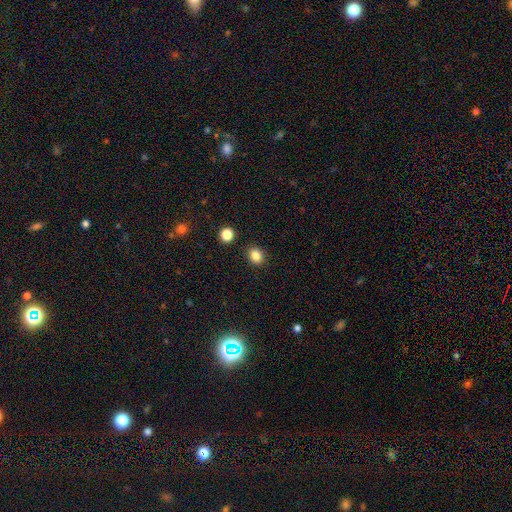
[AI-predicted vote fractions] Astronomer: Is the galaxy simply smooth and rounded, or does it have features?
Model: smooth — 84%.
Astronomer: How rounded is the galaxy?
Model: round — 65%.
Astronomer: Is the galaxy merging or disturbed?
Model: none — 89%.